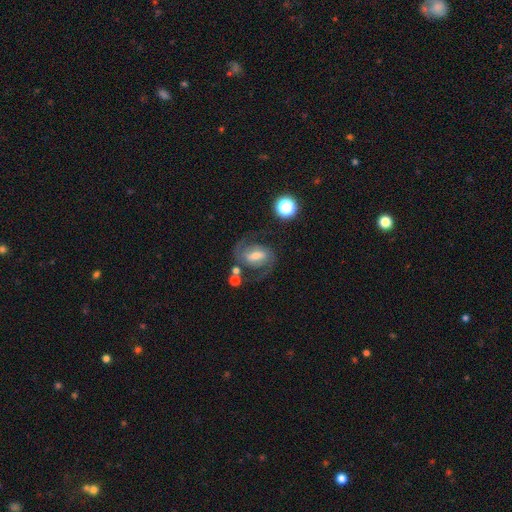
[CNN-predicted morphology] The model was most divided on "bar": weak: 49%, strong: 34%, no: 18%. More confident: edge-on disk — no (97%); spiral arms — yes (96%); spiral arm count — 2 (91%); smooth or featured — featured or disk (81%); merging — none (69%); spiral winding — medium (57%); bulge size — moderate (52%).